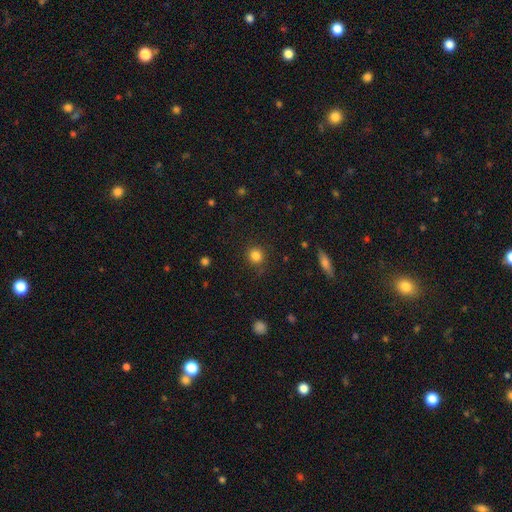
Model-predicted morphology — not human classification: Q: Smooth or featured?
A: smooth (84%); runner-up: star or artifact (12%)
Q: How rounded?
A: round (91%); runner-up: in between (8%)
Q: Merging?
A: none (86%); runner-up: minor disturbance (9%)